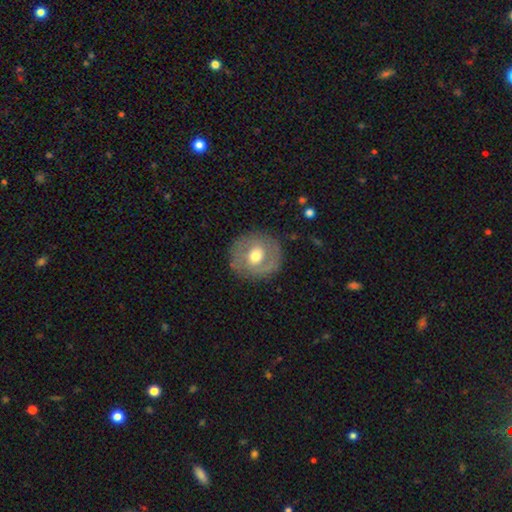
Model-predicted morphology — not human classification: smooth-or-featured: featured or disk: 51% | smooth: 43% | star or artifact: 7%
  disk-edge-on: no: 96% | yes: 4%
  merging: none: 83% | minor disturbance: 11% | major disturbance: 5% | merger: 1%